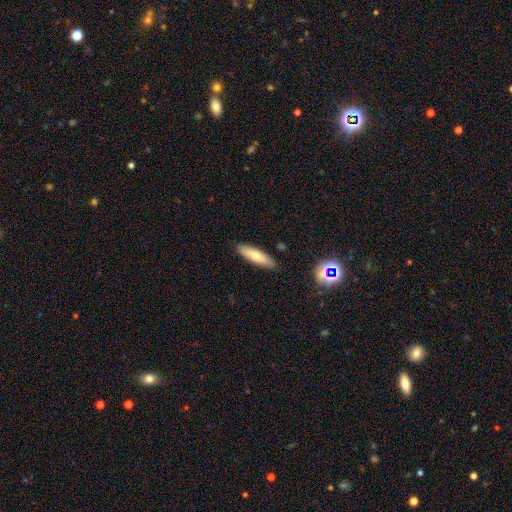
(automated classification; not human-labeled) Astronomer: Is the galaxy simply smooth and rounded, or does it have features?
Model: smooth — 68%.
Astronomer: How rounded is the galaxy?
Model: cigar-shaped — 65%.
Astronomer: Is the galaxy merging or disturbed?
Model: none — 87%.